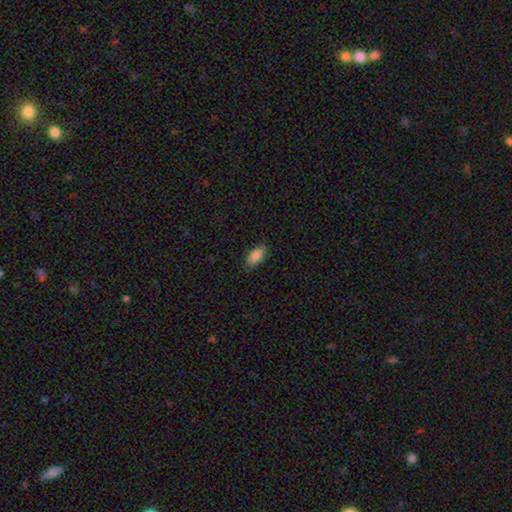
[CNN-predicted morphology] Smooth or featured?
  - smooth: 87% *
  - star or artifact: 7%
  - featured or disk: 6%
How rounded?
  - in between: 89% *
  - cigar-shaped: 8%
  - round: 2%
Merging?
  - none: 84% *
  - minor disturbance: 12%
  - major disturbance: 3%
  - merger: 1%